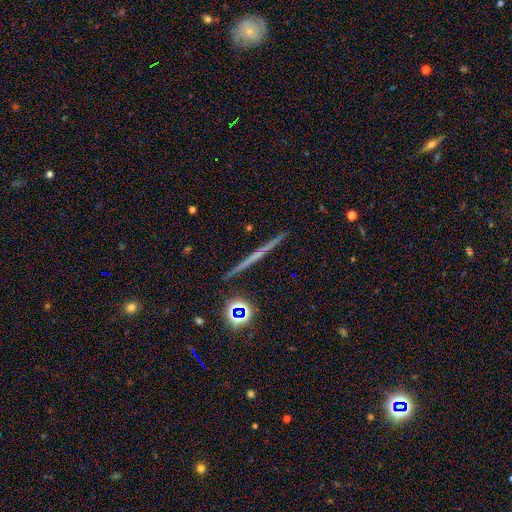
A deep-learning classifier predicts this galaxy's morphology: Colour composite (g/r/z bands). It shows a featured or disk galaxy (64%) viewed edge-on (98%) with no central bulge (63%). Merging: none (92%).